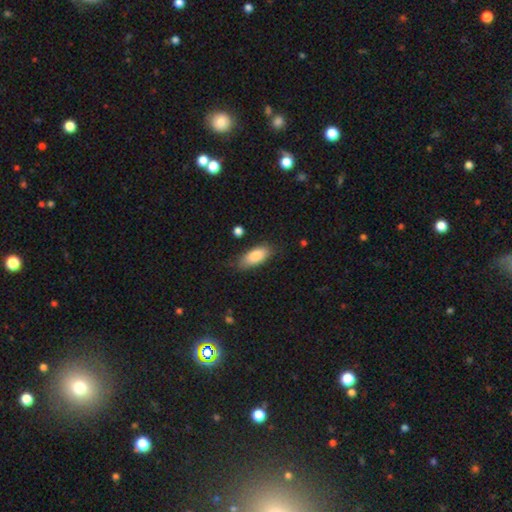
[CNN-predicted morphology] Smooth or featured? smooth (86%)
How rounded? in between (83%)
Merging? none (74%)